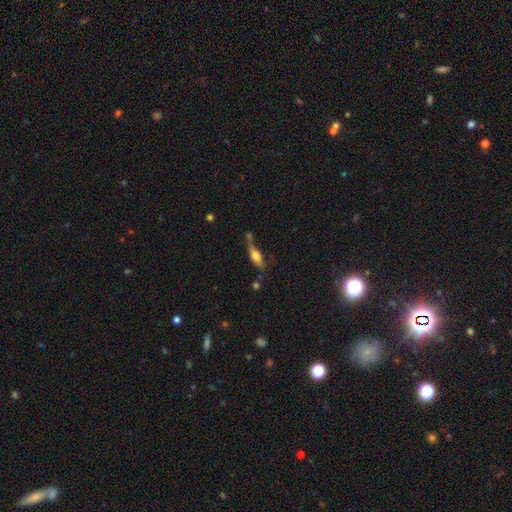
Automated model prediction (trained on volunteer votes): A smooth galaxy with no disk features (56%) that is cigar-shaped (50%).

Vote fractions:
- Smooth or featured? smooth: 56% / featured or disk: 37% / star or artifact: 8%
- How rounded? cigar-shaped: 50% / in between: 46% / round: 3%
- Merging? none: 54% / minor disturbance: 22% / merger: 15% / major disturbance: 9%